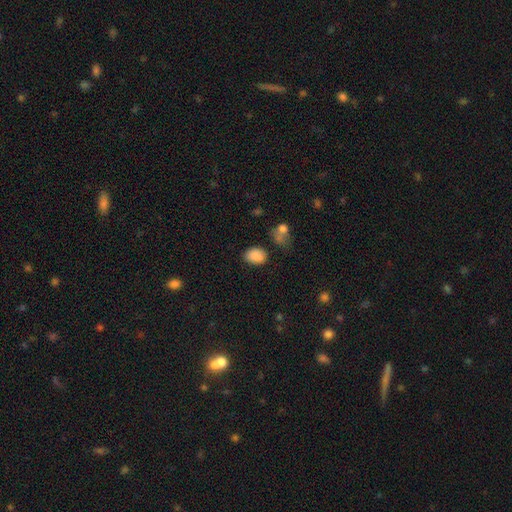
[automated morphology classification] This is clearly a smooth galaxy (86%). How rounded: likely in between (79%). Merging: likely none (73%).